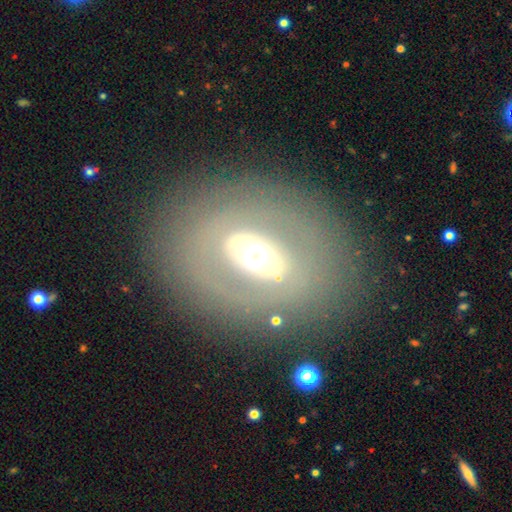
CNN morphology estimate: Smooth or featured: featured or disk — 53% (smooth — 37%)
Edge-on disk: no — 91% (yes — 9%)
Merging: none — 80% (minor disturbance — 10%)